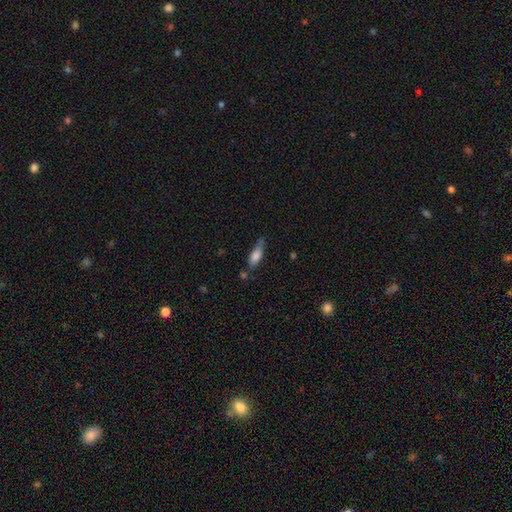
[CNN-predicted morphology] Smooth or featured? Predicted: smooth (p=0.75). How rounded? Predicted: in between (p=0.57). Merging? Predicted: none (p=0.50).